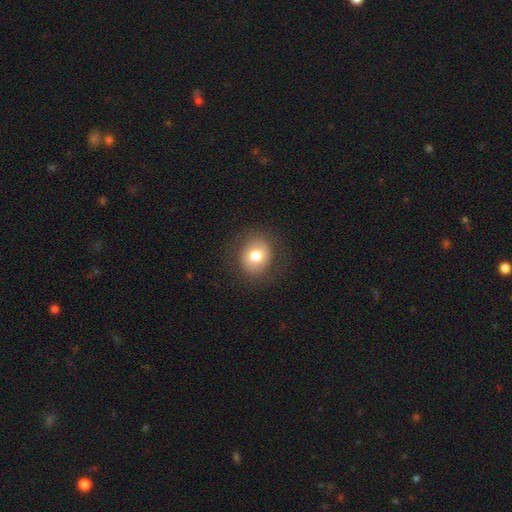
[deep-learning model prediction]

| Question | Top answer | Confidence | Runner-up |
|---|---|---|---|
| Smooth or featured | smooth | 73% | featured or disk (18%) |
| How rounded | round | 71% | in between (28%) |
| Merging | none | 83% | minor disturbance (10%) |